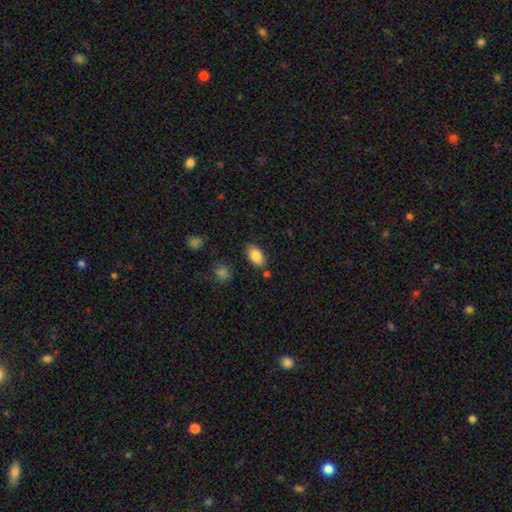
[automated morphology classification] Smooth or featured?
  - smooth: 86% *
  - star or artifact: 7%
  - featured or disk: 7%
How rounded?
  - in between: 93% *
  - round: 5%
  - cigar-shaped: 3%
Merging?
  - none: 79% *
  - minor disturbance: 13%
  - merger: 5%
  - major disturbance: 3%